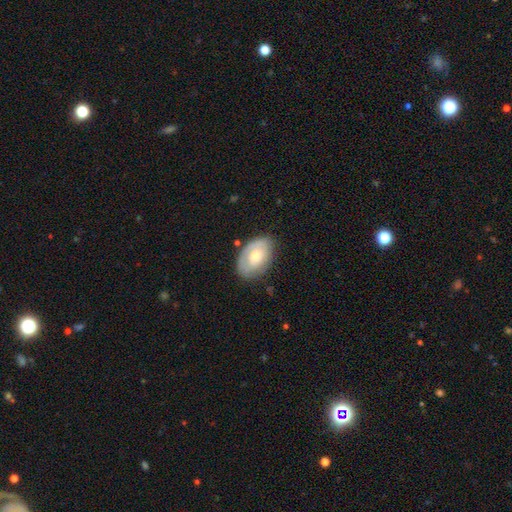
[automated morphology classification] type=smooth (56%); roundness=in between (88%); merging=none (70%).